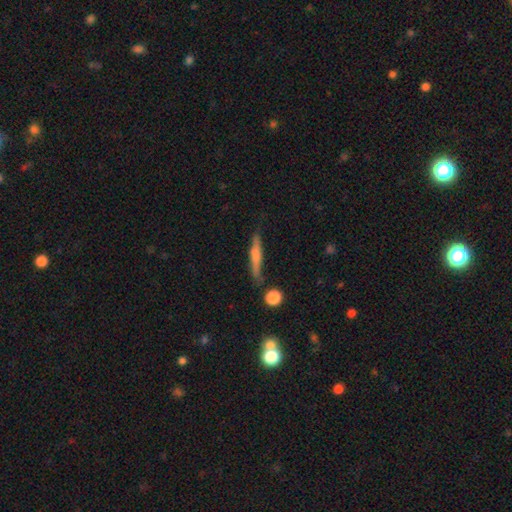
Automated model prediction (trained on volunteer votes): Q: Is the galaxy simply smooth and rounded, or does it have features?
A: smooth — 54%.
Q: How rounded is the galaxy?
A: cigar-shaped — 89%.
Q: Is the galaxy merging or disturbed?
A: none — 75%.